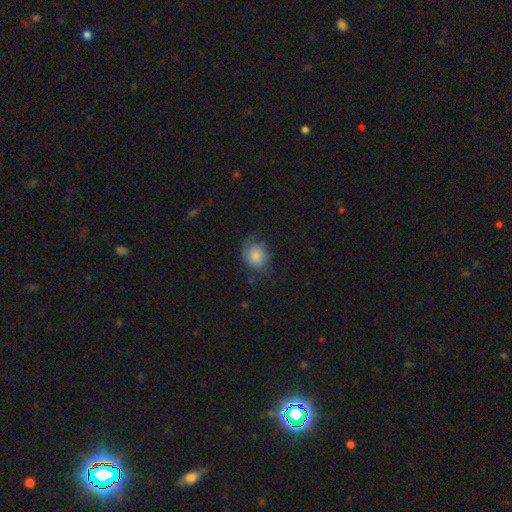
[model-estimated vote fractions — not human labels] smooth_or_featured: smooth (p=0.66) [alt: featured or disk p=0.26]
how_rounded: round (p=0.67) [alt: in between p=0.32]
merging: none (p=0.51) [alt: minor disturbance p=0.28]